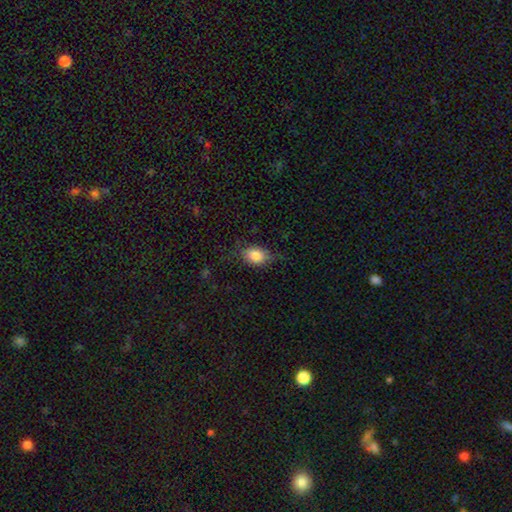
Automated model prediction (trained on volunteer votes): This is likely a smooth galaxy (80%). How rounded: likely in between (72%). Merging: likely none (62%).